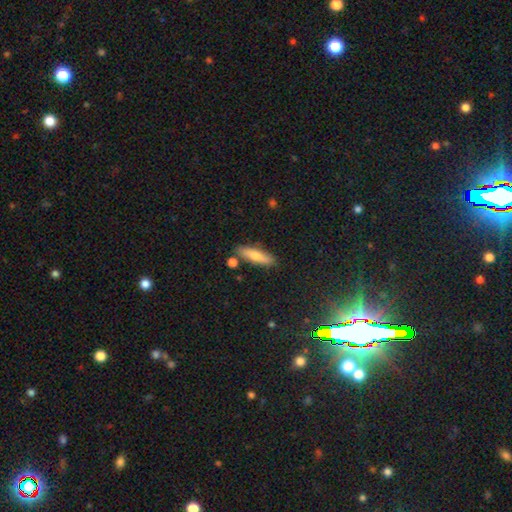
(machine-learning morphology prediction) A smooth galaxy with no disk features (72%) that is cigar-shaped (64%).

Vote fractions:
- Smooth or featured? smooth: 72% / featured or disk: 21% / star or artifact: 7%
- How rounded? cigar-shaped: 64% / in between: 33% / round: 2%
- Merging? none: 81% / minor disturbance: 12% / merger: 5% / major disturbance: 2%